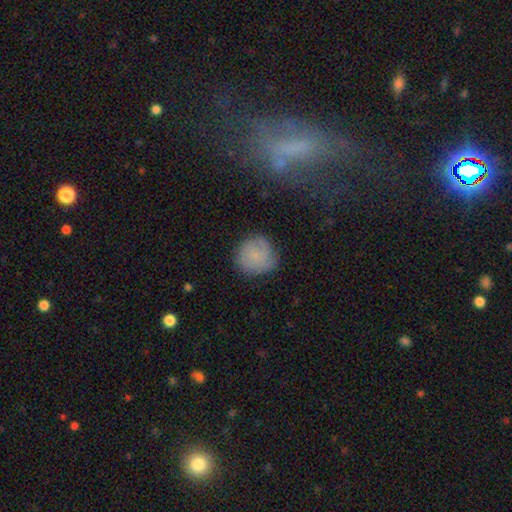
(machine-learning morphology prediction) type=smooth (72%); roundness=round (90%); merging=none (75%).